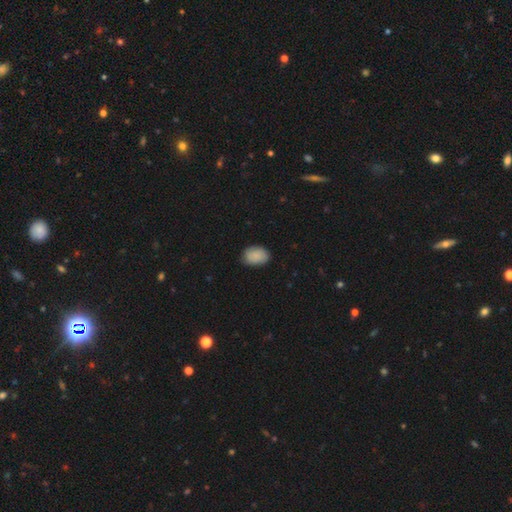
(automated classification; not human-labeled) This is clearly a smooth galaxy (88%). How rounded: clearly in between (81%). Merging: clearly none (82%).